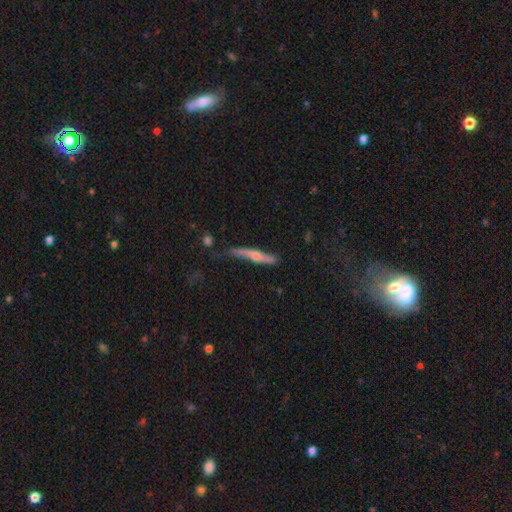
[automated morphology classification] Smooth or featured? Predicted: featured or disk (p=0.58). Edge-on disk? Predicted: yes (p=0.89). Edge-on bulge? Predicted: rounded (p=0.80). Merging? Predicted: none (p=0.64).